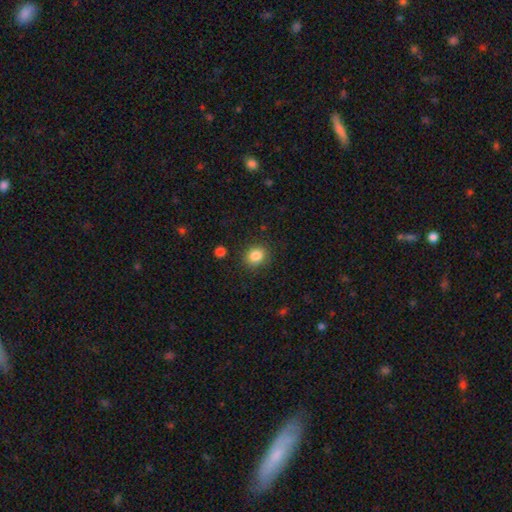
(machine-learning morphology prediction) smooth 85%, star or artifact 10%, featured or disk 5%. Down the decision tree: how rounded — round (69%); merging — none (86%).